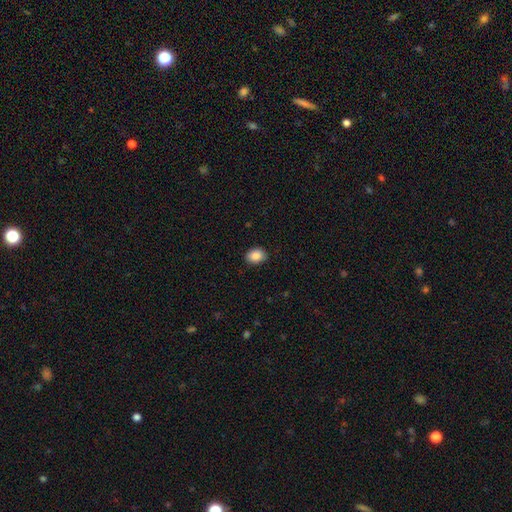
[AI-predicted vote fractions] Q: Smooth or featured?
A: smooth (88%); runner-up: star or artifact (8%)
Q: How rounded?
A: in between (64%); runner-up: round (35%)
Q: Merging?
A: none (88%); runner-up: minor disturbance (9%)